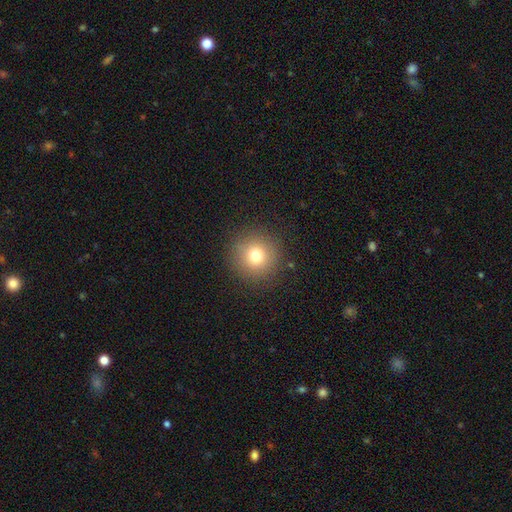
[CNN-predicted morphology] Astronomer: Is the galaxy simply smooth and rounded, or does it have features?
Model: smooth — 75%.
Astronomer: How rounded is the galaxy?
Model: round — 96%.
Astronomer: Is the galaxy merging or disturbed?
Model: none — 89%.